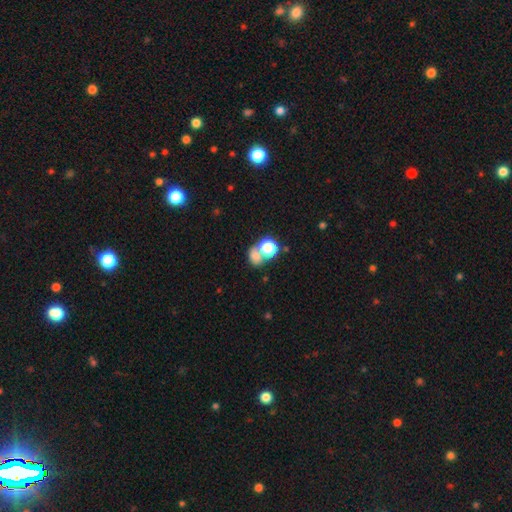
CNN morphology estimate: Smooth or featured?
  - smooth: 71% *
  - star or artifact: 18%
  - featured or disk: 11%
How rounded?
  - round: 59% *
  - in between: 39%
  - cigar-shaped: 1%
Merging?
  - merger: 48% *
  - none: 35%
  - minor disturbance: 9%
  - major disturbance: 7%